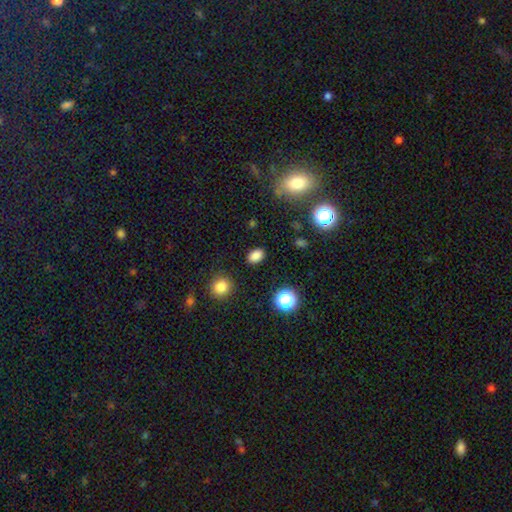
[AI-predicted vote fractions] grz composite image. It shows a smooth galaxy with no disk features (82%) that is in between round and cigar-shaped (78%). Merging: none (87%).